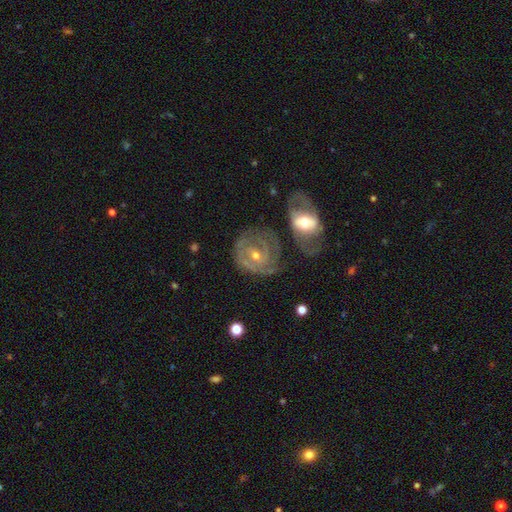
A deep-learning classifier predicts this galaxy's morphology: Smooth or featured? Predicted: featured or disk (p=0.81). Edge-on disk? Predicted: no (p=0.97). Bar? Predicted: no (p=0.53). Spiral arms? Predicted: yes (p=0.90). Spiral winding? Predicted: tight (p=0.66). Spiral arm count? Predicted: 2 (p=0.35). Bulge size? Predicted: small (p=0.51). Merging? Predicted: none (p=0.60).